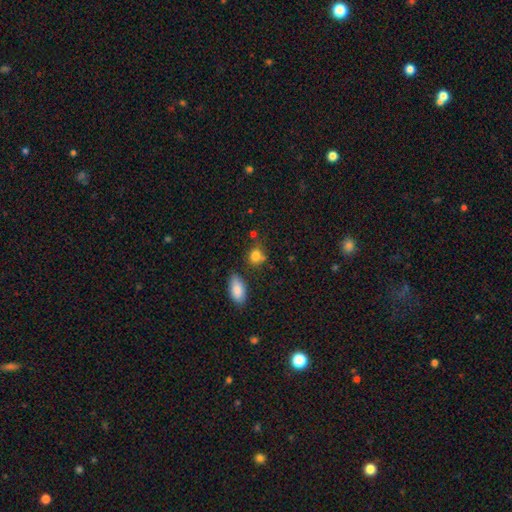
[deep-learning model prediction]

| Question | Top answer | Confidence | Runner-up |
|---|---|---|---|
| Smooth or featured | smooth | 81% | star or artifact (12%) |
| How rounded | round | 62% | in between (36%) |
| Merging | none | 64% | minor disturbance (18%) |